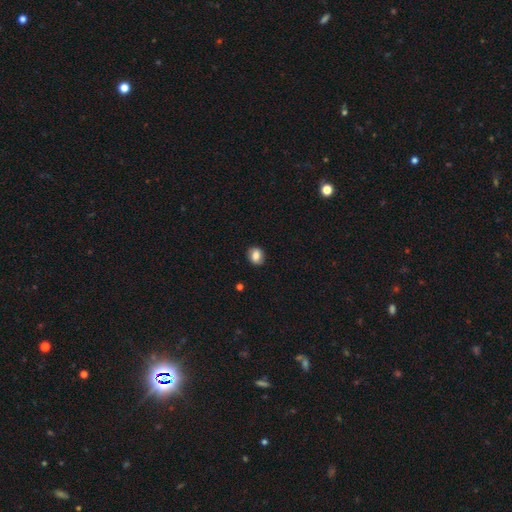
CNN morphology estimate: A smooth galaxy with no disk features (78%) that is round (55%).

Vote fractions:
- Smooth or featured? smooth: 78% / featured or disk: 14% / star or artifact: 9%
- How rounded? round: 55% / in between: 43% / cigar-shaped: 1%
- Merging? none: 87% / minor disturbance: 9% / major disturbance: 2% / merger: 1%